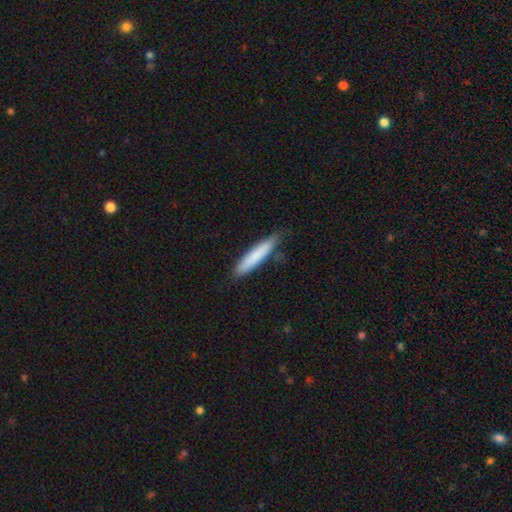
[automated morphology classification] Q: Smooth or featured?
A: smooth (79%); runner-up: featured or disk (15%)
Q: How rounded?
A: cigar-shaped (89%); runner-up: in between (10%)
Q: Merging?
A: none (75%); runner-up: minor disturbance (20%)